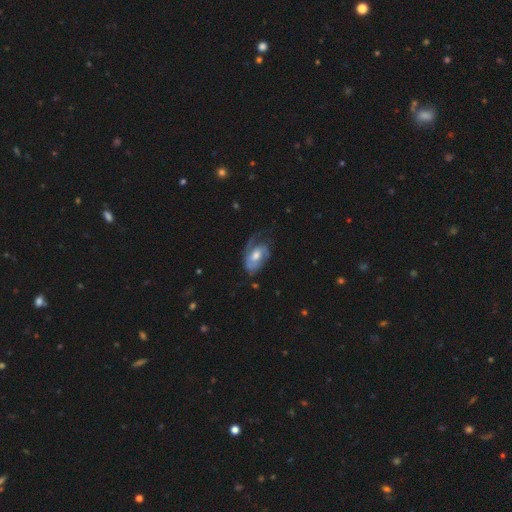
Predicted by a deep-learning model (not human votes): smooth-or-featured: featured or disk: 74% | smooth: 21% | star or artifact: 6%
  disk-edge-on: no: 96% | yes: 4%
    bar: no: 53% | weak: 36% | strong: 11%
    has-spiral-arms: yes: 89% | no: 11%
      spiral-winding: tight: 40% (tied) | medium: 40% (tied) | loose: 20%
      spiral-arm-count: 2: 44% | 1: 29% | can't tell: 18% | 3: 6% | 4: 2% | more than 4: 2%
    bulge-size: moderate: 67% | small: 19% | large: 11% | none: 2% | dominant: 1%
  merging: none: 48% | minor disturbance: 26% | major disturbance: 24% | merger: 2%